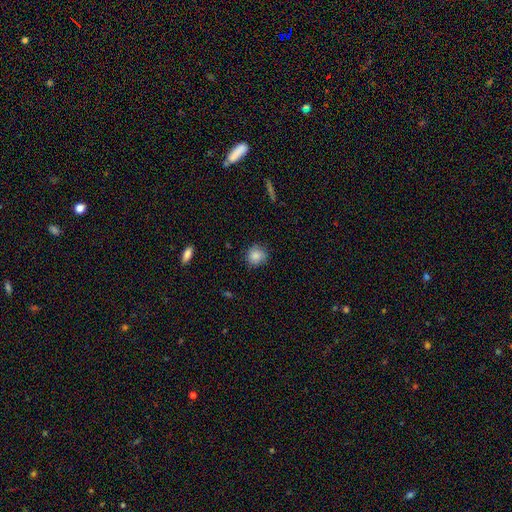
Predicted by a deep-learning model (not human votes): Smooth or featured? Predicted: smooth (p=0.86). How rounded? Predicted: round (p=0.86). Merging? Predicted: none (p=0.80).